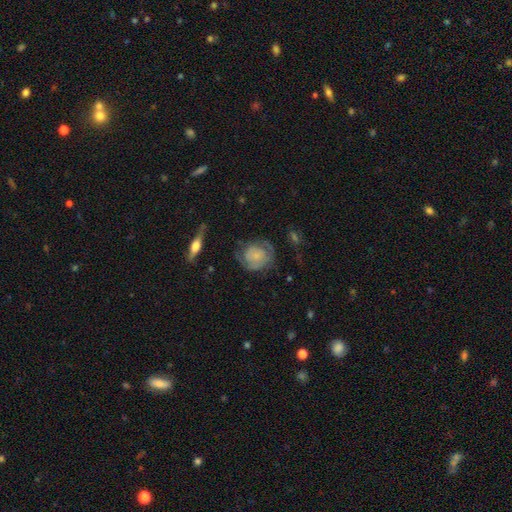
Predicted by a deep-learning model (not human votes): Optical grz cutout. It shows a featured or disk galaxy (55%) with no bar (80%), spiral arms (76%) and a small central bulge (52%). Merging: none (58%).